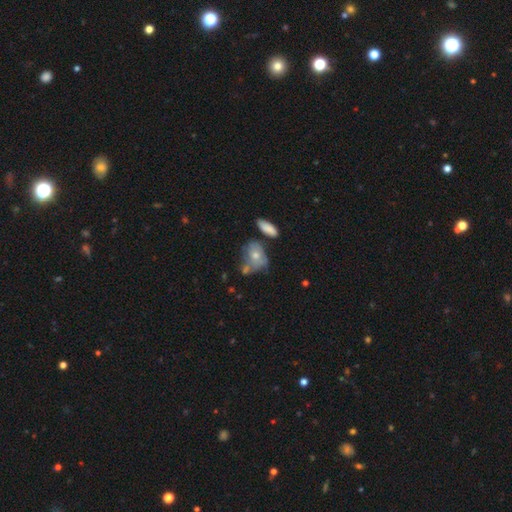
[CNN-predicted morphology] Smooth or featured?
  - smooth: 63% *
  - featured or disk: 29%
  - star or artifact: 8%
How rounded?
  - in between: 62% *
  - round: 36%
  - cigar-shaped: 2%
Merging?
  - none: 37% *
  - minor disturbance: 26%
  - merger: 23%
  - major disturbance: 14%